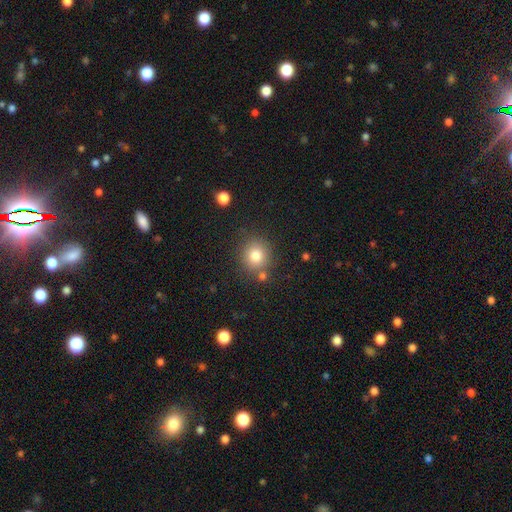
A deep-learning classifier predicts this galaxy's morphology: A smooth galaxy with no disk features (81%) that is round (87%).

Vote fractions:
- Smooth or featured? smooth: 81% / star or artifact: 11% / featured or disk: 8%
- How rounded? round: 87% / in between: 12% / cigar-shaped: 1%
- Merging? none: 78% / minor disturbance: 10% / merger: 9% / major disturbance: 3%